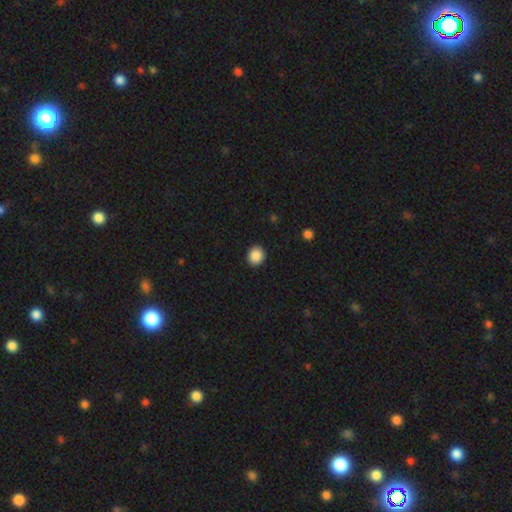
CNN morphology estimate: A smooth galaxy with no disk features (89%) that is round (79%).

Vote fractions:
- Smooth or featured? smooth: 89% / star or artifact: 9% / featured or disk: 3%
- How rounded? round: 79% / in between: 20% / cigar-shaped: 1%
- Merging? none: 92% / minor disturbance: 5% / major disturbance: 2% / merger: 1%